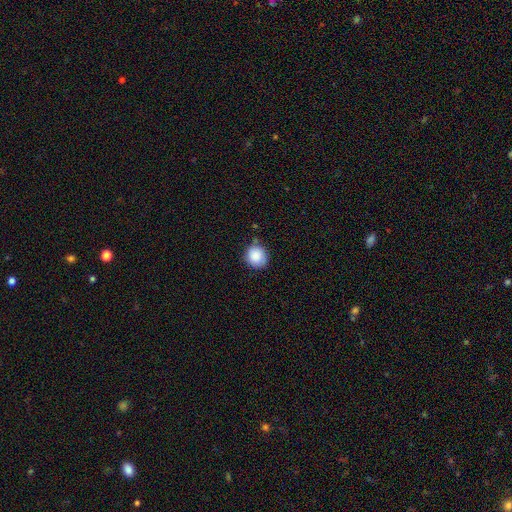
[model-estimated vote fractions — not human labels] Morphology: type=smooth (88%); roundness=round (86%); merging=none (78%).